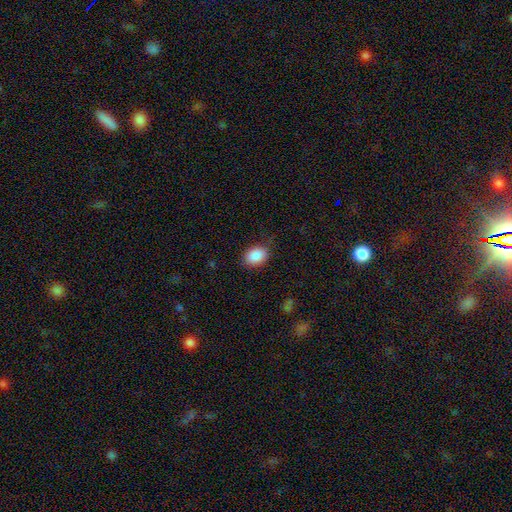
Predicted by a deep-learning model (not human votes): Smooth or featured: smooth — 89% (star or artifact — 8%)
How rounded: in between — 69% (round — 30%)
Merging: none — 81% (minor disturbance — 14%)